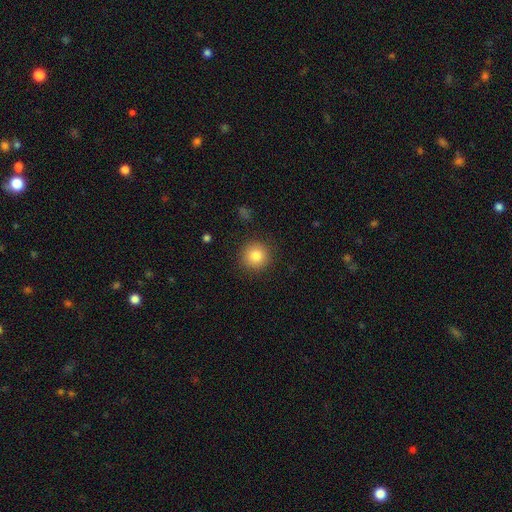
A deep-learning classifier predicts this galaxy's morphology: smooth 83%, star or artifact 10%, featured or disk 7%. Down the decision tree: how rounded — round (94%); merging — none (90%).